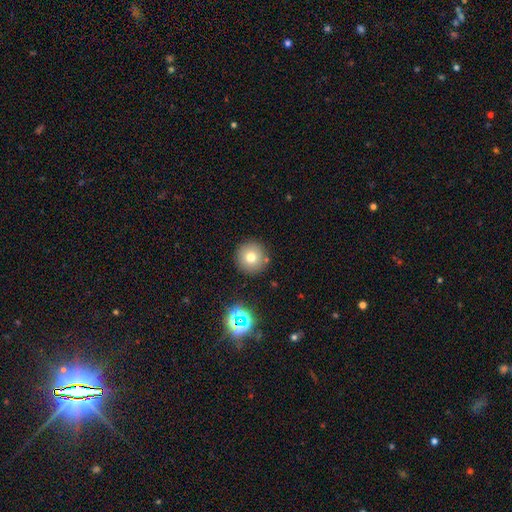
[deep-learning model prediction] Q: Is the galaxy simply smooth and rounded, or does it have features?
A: smooth — 57%.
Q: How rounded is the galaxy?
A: round — 96%.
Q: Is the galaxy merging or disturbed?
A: none — 90%.